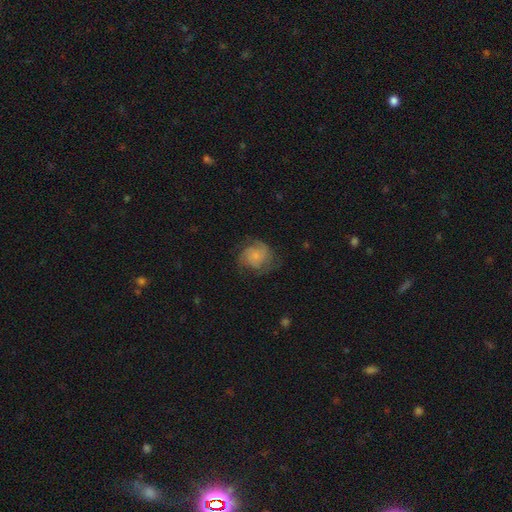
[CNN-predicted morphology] Q: Smooth or featured?
A: featured or disk (57%); runner-up: smooth (35%)
Q: Edge-on disk?
A: no (98%); runner-up: yes (2%)
Q: Bar?
A: no (77%); runner-up: weak (20%)
Q: Spiral arms?
A: yes (90%); runner-up: no (10%)
Q: Spiral winding?
A: medium (44%); runner-up: tight (38%)
Q: Spiral arm count?
A: 2 (32%); runner-up: 3 (27%)
Q: Bulge size?
A: small (53%); runner-up: none (23%)
Q: Merging?
A: none (63%); runner-up: minor disturbance (22%)